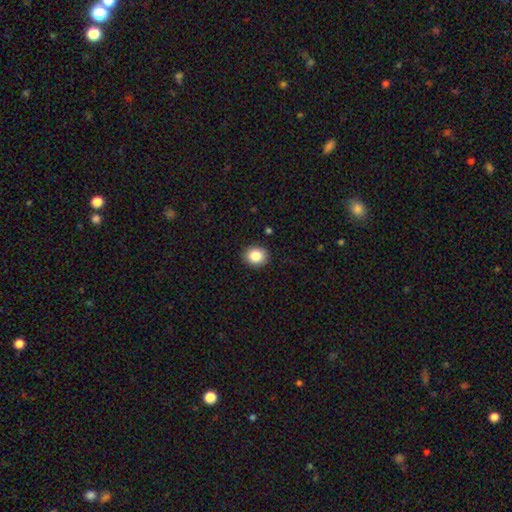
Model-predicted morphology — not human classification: The model was most divided on "how rounded": round: 67%, in between: 32%, cigar-shaped: 1%. More confident: merging — none (90%); smooth or featured — smooth (85%).